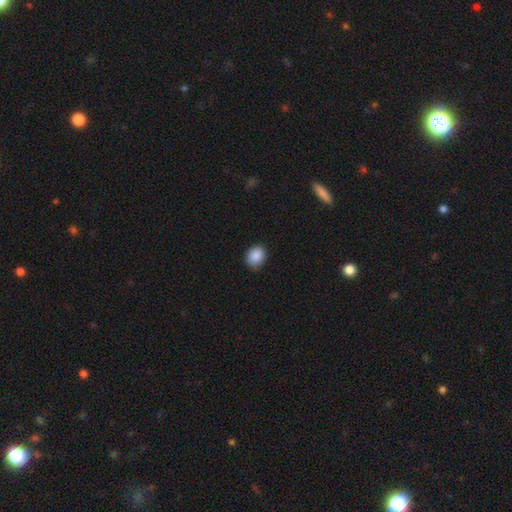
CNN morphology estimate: Smooth or featured? smooth (89%)
How rounded? round (50%)
Merging? none (84%)